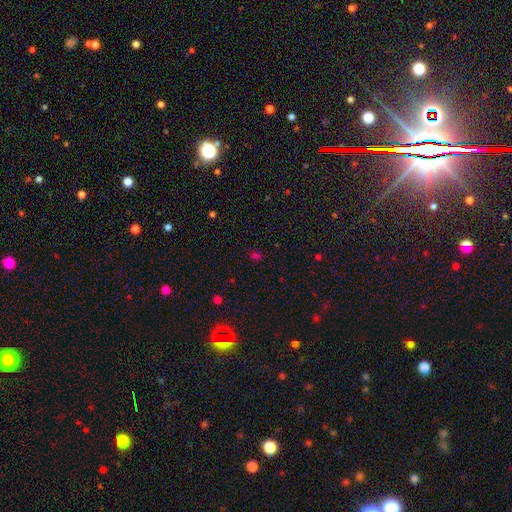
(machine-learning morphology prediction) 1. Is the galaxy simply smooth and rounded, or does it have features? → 56% smooth, 39% star or artifact, 6% featured or disk.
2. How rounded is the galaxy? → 57% in between, 41% round, 2% cigar-shaped.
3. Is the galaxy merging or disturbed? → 80% none, 12% minor disturbance, 5% major disturbance, 3% merger.